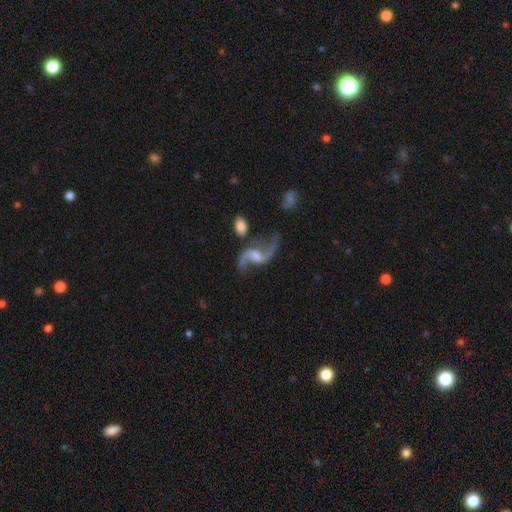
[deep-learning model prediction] featured or disk 89%, star or artifact 5%, smooth 5%. Down the decision tree: edge-on disk — no (97%); bar — weak (45%); spiral arms — yes (96%); spiral arm count — 2 (93%); spiral winding — loose (88%); bulge size — moderate (42%); merging — none (63%).